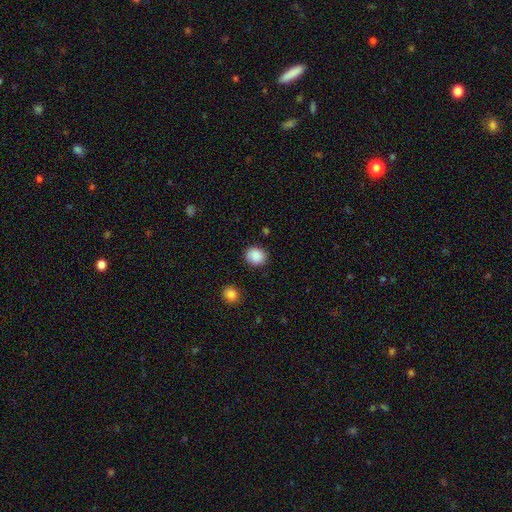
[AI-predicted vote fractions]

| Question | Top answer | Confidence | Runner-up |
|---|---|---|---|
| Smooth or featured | smooth | 89% | star or artifact (8%) |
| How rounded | round | 70% | in between (29%) |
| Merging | none | 88% | minor disturbance (8%) |